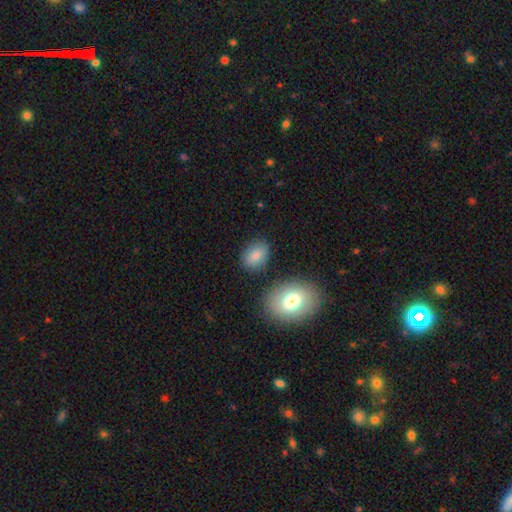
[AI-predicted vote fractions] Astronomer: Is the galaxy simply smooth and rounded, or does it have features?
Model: smooth — 86%.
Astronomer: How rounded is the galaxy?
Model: in between — 81%.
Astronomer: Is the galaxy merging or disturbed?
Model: none — 80%.